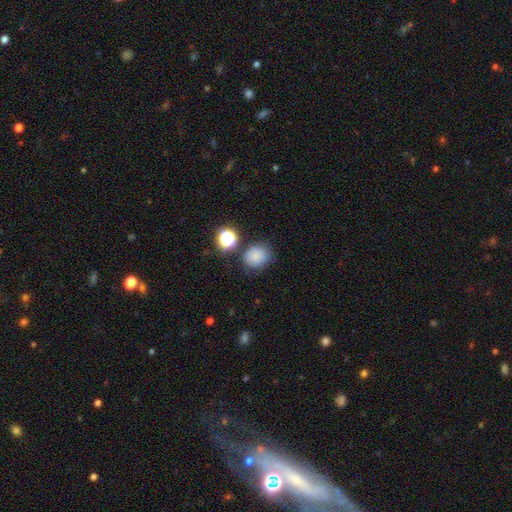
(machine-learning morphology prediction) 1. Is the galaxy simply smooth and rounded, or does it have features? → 77% smooth, 15% star or artifact, 9% featured or disk.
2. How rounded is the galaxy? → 75% round, 24% in between, 1% cigar-shaped.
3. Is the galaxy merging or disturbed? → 75% none, 15% minor disturbance, 6% merger, 5% major disturbance.